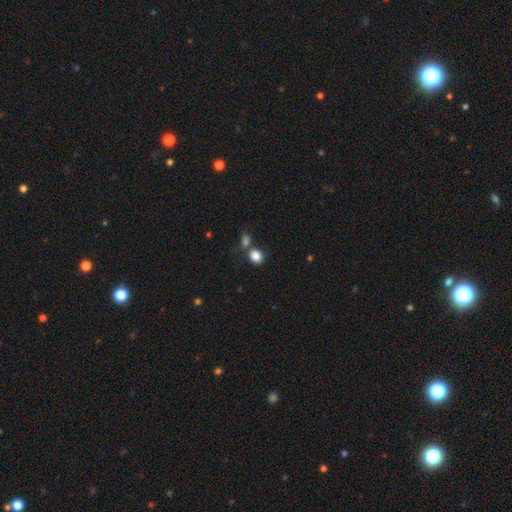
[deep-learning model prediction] Smooth or featured? Predicted: smooth (p=0.83). How rounded? Predicted: round (p=0.67). Merging? Predicted: none (p=0.60).